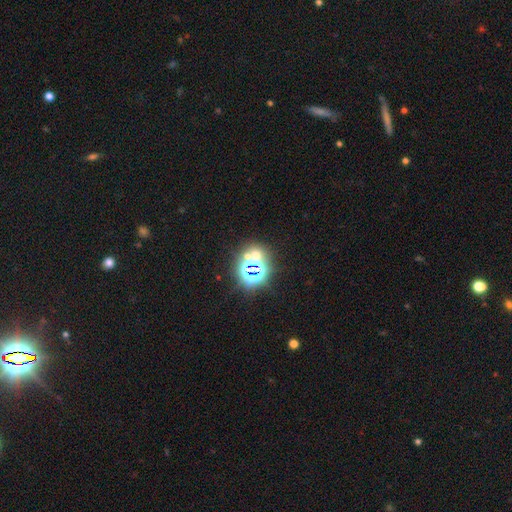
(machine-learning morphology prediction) Smooth or featured: star or artifact — 58% (smooth — 31%)